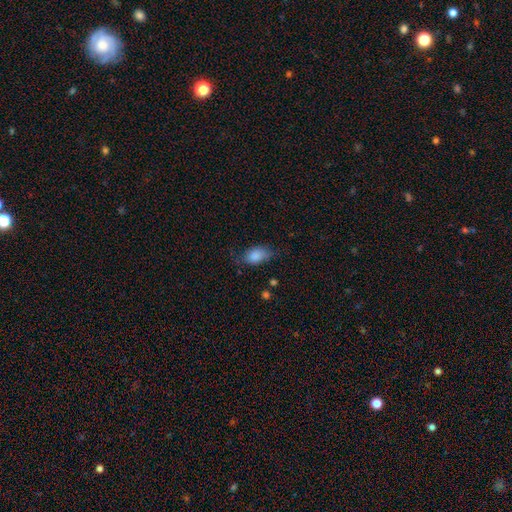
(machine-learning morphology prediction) Smooth or featured?
  - smooth: 84% *
  - featured or disk: 9%
  - star or artifact: 7%
How rounded?
  - in between: 88% *
  - round: 9%
  - cigar-shaped: 3%
Merging?
  - none: 58% *
  - minor disturbance: 30%
  - major disturbance: 10%
  - merger: 2%